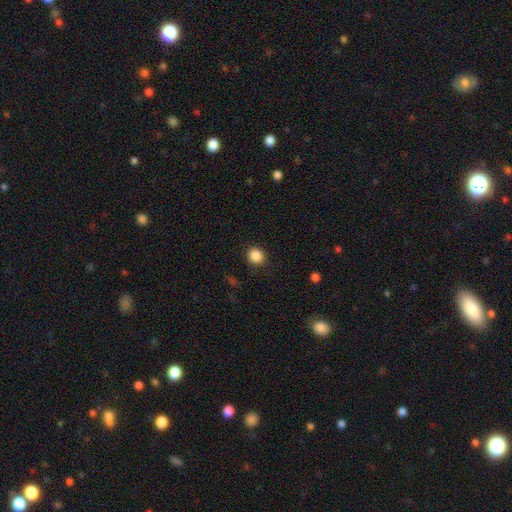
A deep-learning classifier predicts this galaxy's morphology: smooth_or_featured: smooth (p=0.86) [alt: star or artifact p=0.10]
how_rounded: round (p=0.77) [alt: in between p=0.22]
merging: none (p=0.87) [alt: minor disturbance p=0.09]